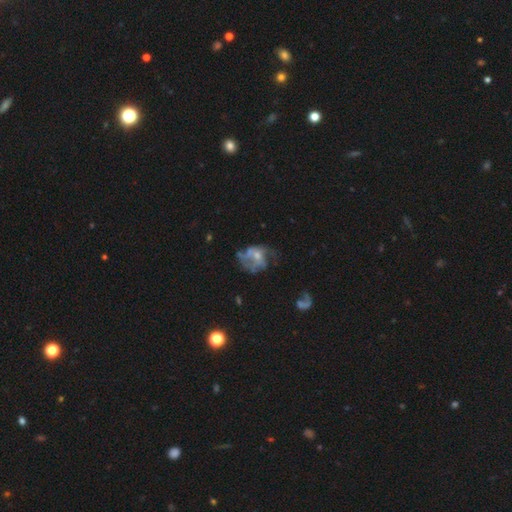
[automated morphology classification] type=featured or disk (67%); edge-on=no (98%); bar=no (75%); spiral arms=yes (58%); bulge=moderate (42%, tied with small); merging=none (37%).